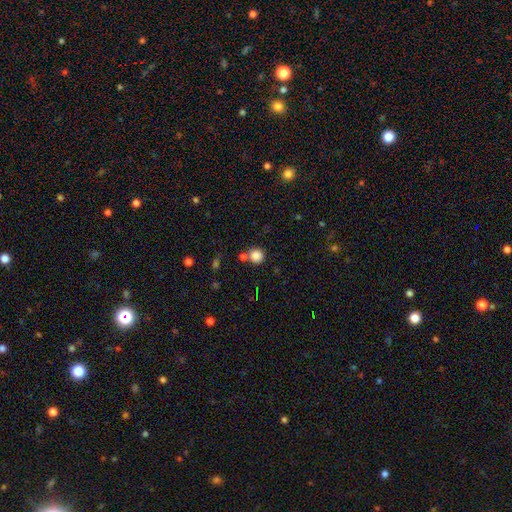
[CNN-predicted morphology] A smooth galaxy with no disk features (84%) that is round (91%). Merging: none (70%).